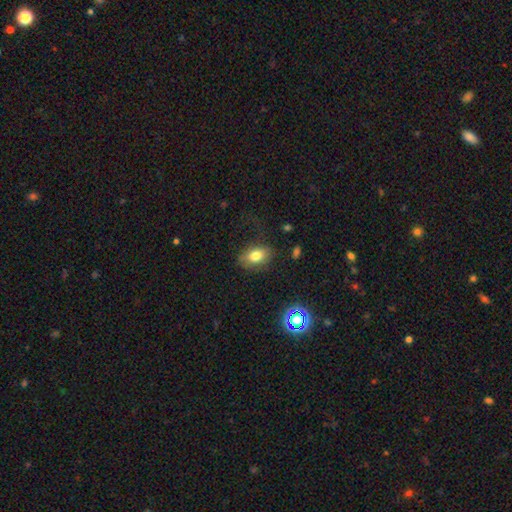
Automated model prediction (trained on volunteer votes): This appears to be a smooth galaxy with no disk features (77%) that is in between round and cigar-shaped (83%). Merging: none (72%).